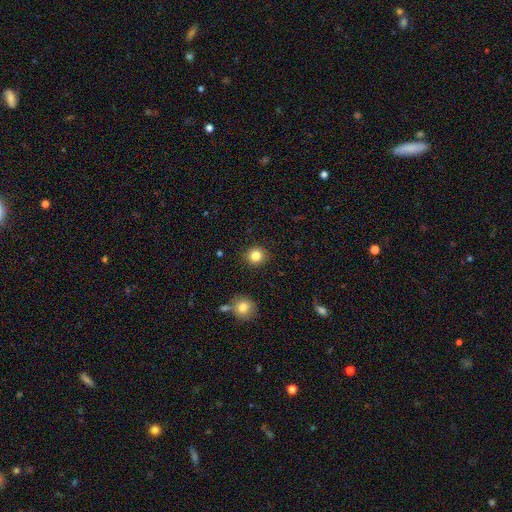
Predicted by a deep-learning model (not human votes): A smooth galaxy with no disk features (83%) that is round (89%).

Vote fractions:
- Smooth or featured? smooth: 83% / star or artifact: 11% / featured or disk: 6%
- How rounded? round: 89% / in between: 10% / cigar-shaped: 1%
- Merging? none: 90% / minor disturbance: 7% / major disturbance: 2% / merger: 2%